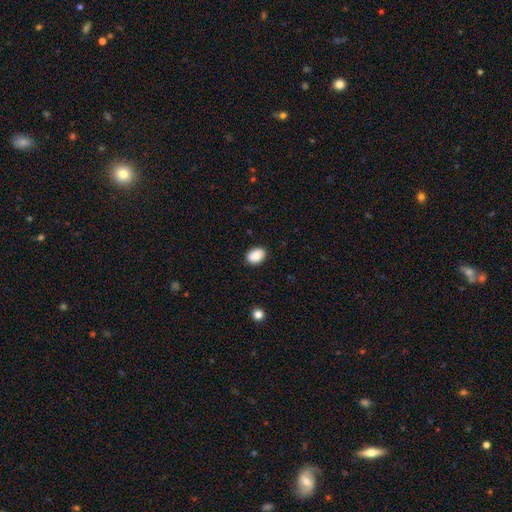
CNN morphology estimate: This is clearly a smooth galaxy (89%). How rounded: likely in between (74%). Merging: clearly none (86%).